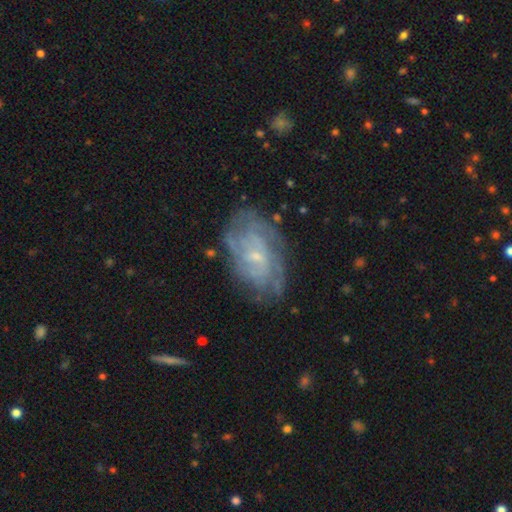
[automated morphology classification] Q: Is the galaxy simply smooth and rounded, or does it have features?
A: featured or disk — 81%.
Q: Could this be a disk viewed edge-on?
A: no — 96%.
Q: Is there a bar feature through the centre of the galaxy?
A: no — 56%.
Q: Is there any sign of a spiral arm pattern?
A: yes — 91%.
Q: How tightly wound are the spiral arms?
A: tight — 61%.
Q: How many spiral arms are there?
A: can't tell — 45%.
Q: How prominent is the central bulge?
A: small — 73%.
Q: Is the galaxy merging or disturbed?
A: none — 73%.